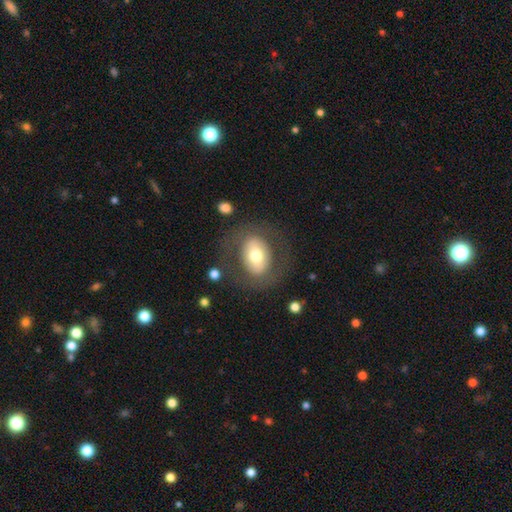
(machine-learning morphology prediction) smooth 52%, featured or disk 41%, star or artifact 7%. Down the decision tree: how rounded — in between (64%); merging — none (75%).